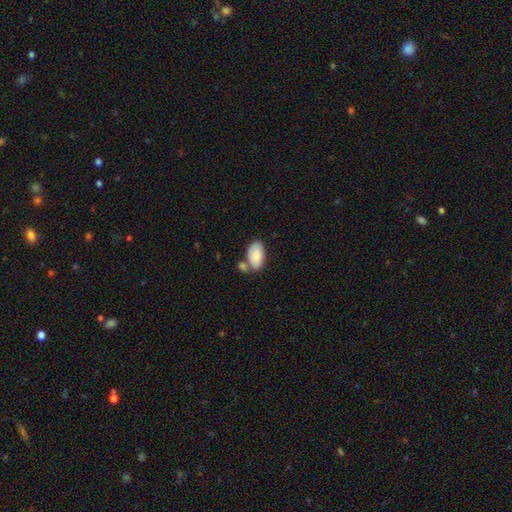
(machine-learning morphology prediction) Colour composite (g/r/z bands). It shows a smooth galaxy with no disk features (84%) that is in between round and cigar-shaped (95%). Merging: none (52%).